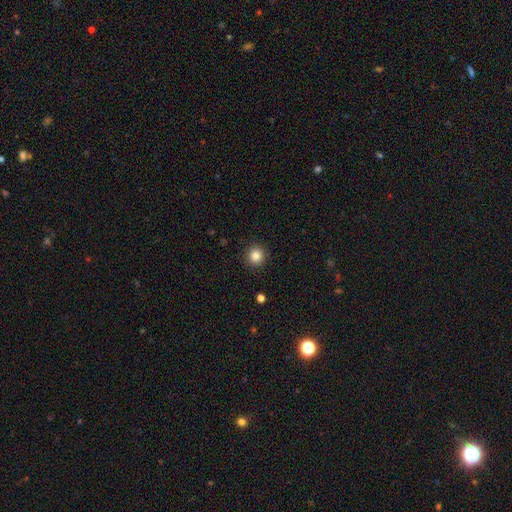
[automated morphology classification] Smooth or featured? smooth (84%)
How rounded? round (93%)
Merging? none (92%)